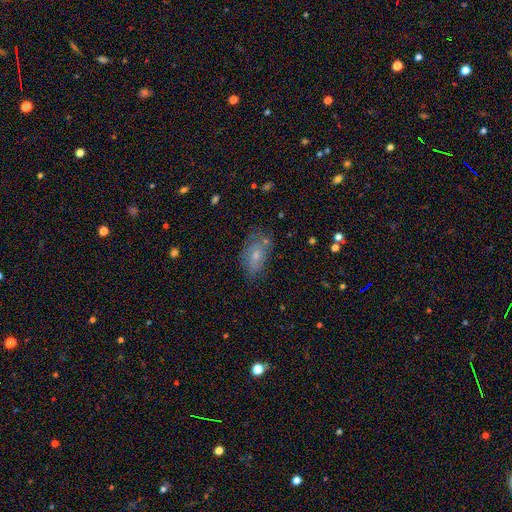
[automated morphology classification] Smooth or featured?
  - smooth: 55% *
  - featured or disk: 34%
  - star or artifact: 11%
How rounded?
  - in between: 88% *
  - round: 9%
  - cigar-shaped: 3%
Merging?
  - none: 59% *
  - minor disturbance: 26%
  - major disturbance: 10%
  - merger: 5%